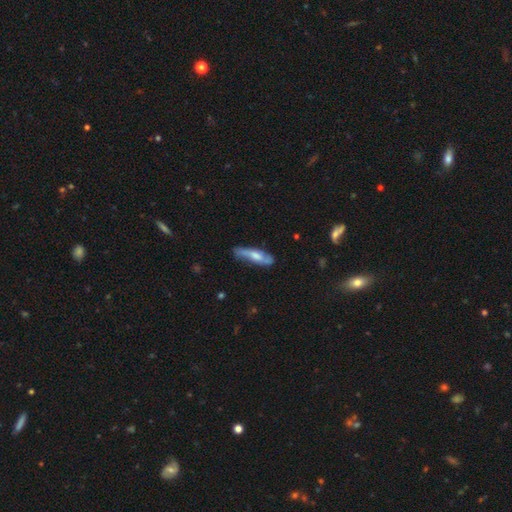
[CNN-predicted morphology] A smooth galaxy with no disk features (47%, tied with featured or disk).

Vote fractions:
- Smooth or featured? smooth: 47% (tied) / featured or disk: 47% (tied) / star or artifact: 6%
- Merging? none: 66% / minor disturbance: 25% / major disturbance: 7% / merger: 2%